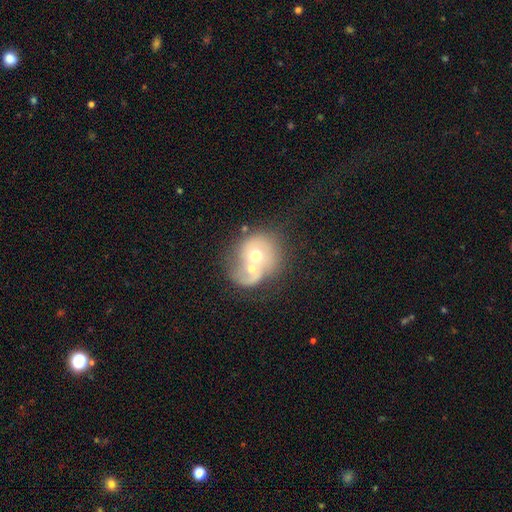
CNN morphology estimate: Smooth or featured? featured or disk (51%)
Edge-on disk? no (97%)
Merging? merger (67%)